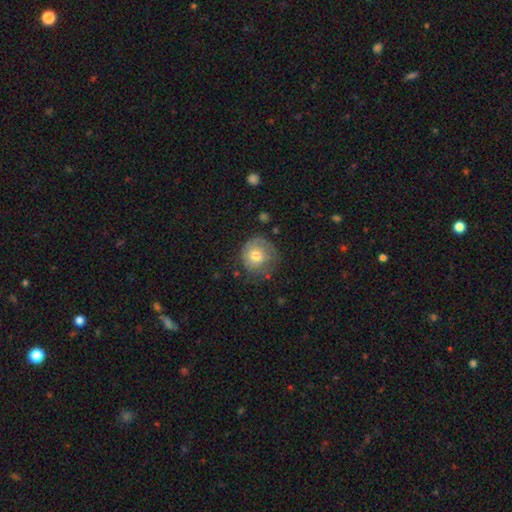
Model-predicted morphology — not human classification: Smooth or featured? smooth (65%)
How rounded? round (88%)
Merging? none (57%)